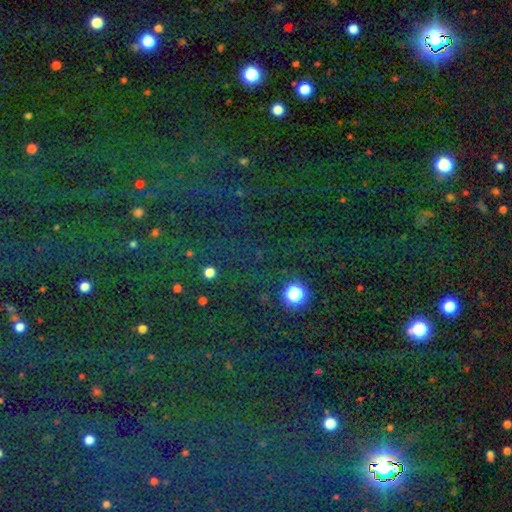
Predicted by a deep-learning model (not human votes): smooth-or-featured: star or artifact: 80% | smooth: 13% | featured or disk: 7%